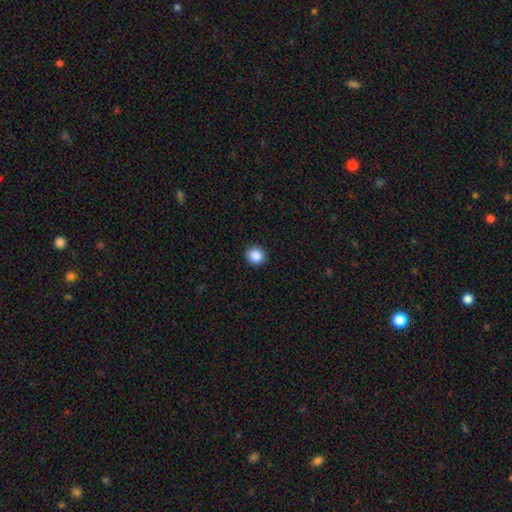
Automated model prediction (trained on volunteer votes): smooth-or-featured: smooth: 88% | star or artifact: 9% | featured or disk: 3%
  how-rounded: round: 91% | in between: 8% | cigar-shaped: 1%
  merging: none: 91% | minor disturbance: 7% | major disturbance: 2% | merger: 1%